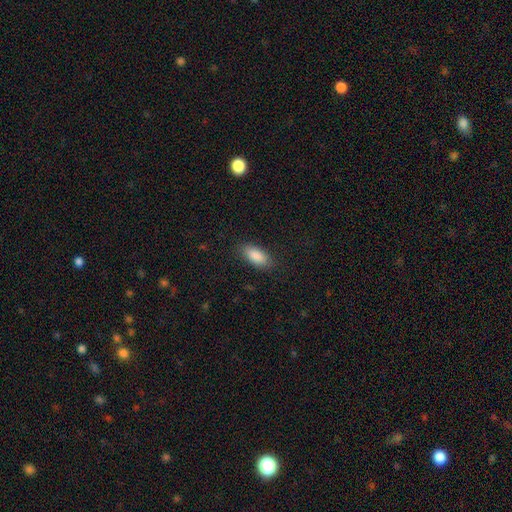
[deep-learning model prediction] This is clearly a smooth galaxy (89%). How rounded: clearly in between (89%). Merging: clearly none (86%).